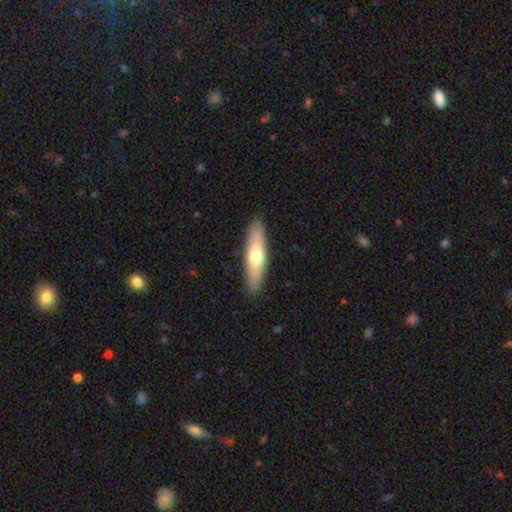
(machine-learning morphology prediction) This is possibly a smooth galaxy (58%). How rounded: likely cigar-shaped (71%). Merging: clearly none (89%).